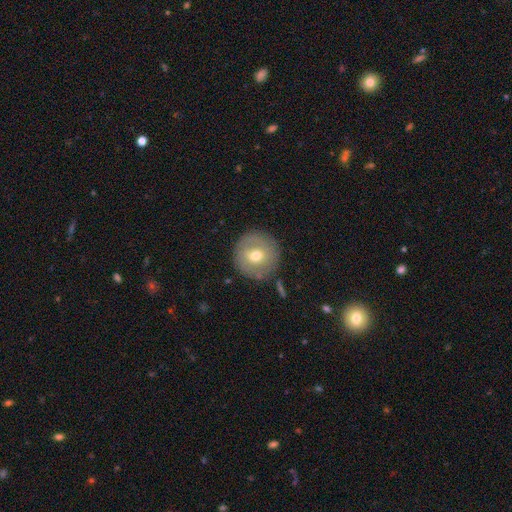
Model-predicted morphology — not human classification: Smooth or featured? Predicted: smooth (p=0.60). How rounded? Predicted: round (p=0.95). Merging? Predicted: none (p=0.85).